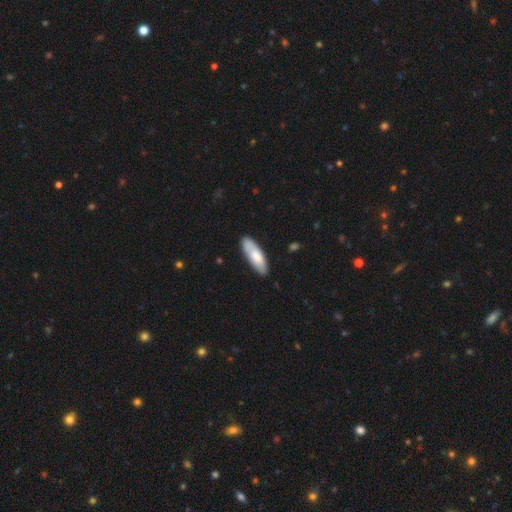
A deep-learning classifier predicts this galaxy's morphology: type=smooth (74%); roundness=in between (56%); merging=none (80%).